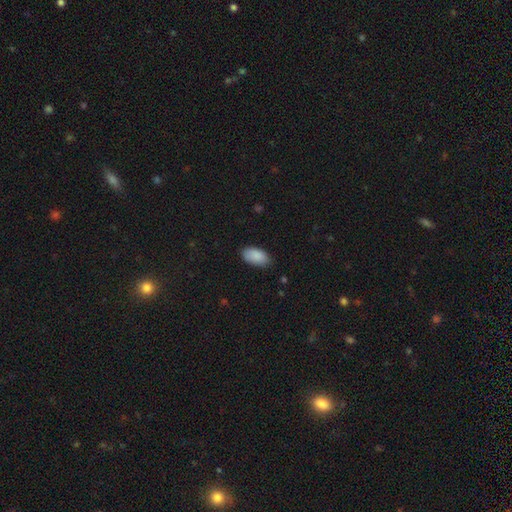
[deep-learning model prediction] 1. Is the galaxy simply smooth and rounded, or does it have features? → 90% smooth, 6% star or artifact, 4% featured or disk.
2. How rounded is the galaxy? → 95% in between, 3% round, 2% cigar-shaped.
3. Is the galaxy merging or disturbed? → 79% none, 17% minor disturbance, 3% major disturbance, 1% merger.